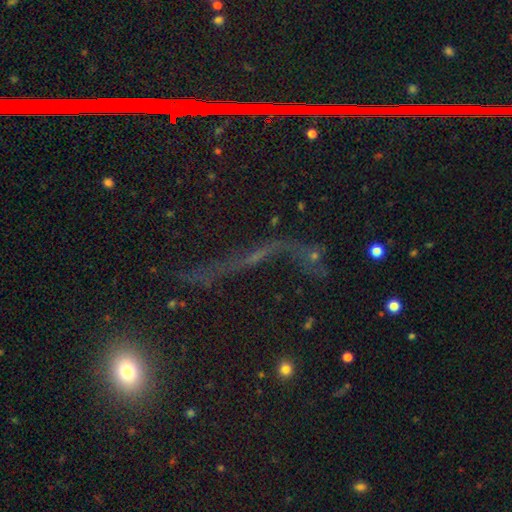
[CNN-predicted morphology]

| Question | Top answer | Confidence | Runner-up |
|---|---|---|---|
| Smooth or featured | star or artifact | 46% | featured or disk (36%) |